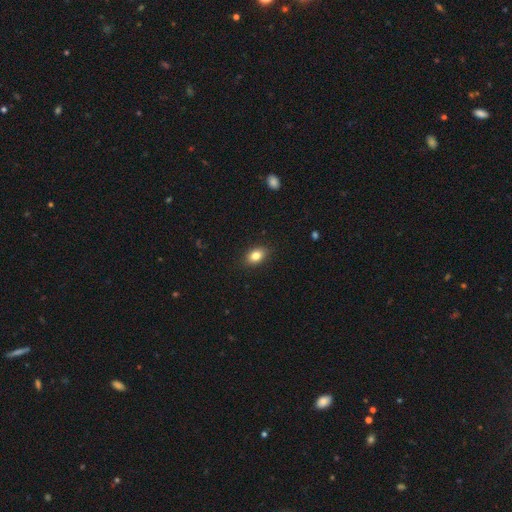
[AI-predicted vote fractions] The model was most divided on "how rounded": in between: 82%, round: 16%, cigar-shaped: 2%. More confident: merging — none (88%); smooth or featured — smooth (83%).